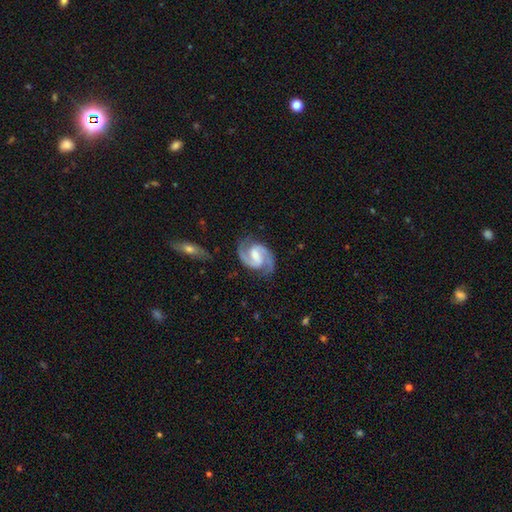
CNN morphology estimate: A featured or disk galaxy (93%) with a weak bar (49%), 2 (94%) medium (60%) spiral arms (99%) and a moderate central bulge (40%). Merging: none (82%).